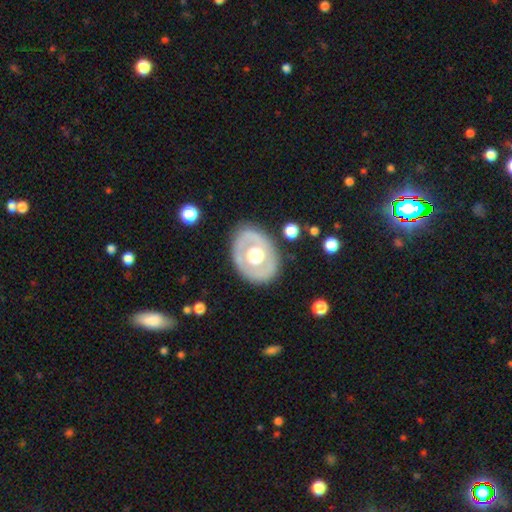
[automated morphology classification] Smooth or featured: featured or disk — 56% (smooth — 39%)
Edge-on disk: no — 92% (yes — 8%)
Bar: no — 91% (weak — 7%)
Spiral arms: no — 90% (yes — 10%)
Bulge size: large — 48% (moderate — 44%)
Merging: none — 82% (minor disturbance — 12%)